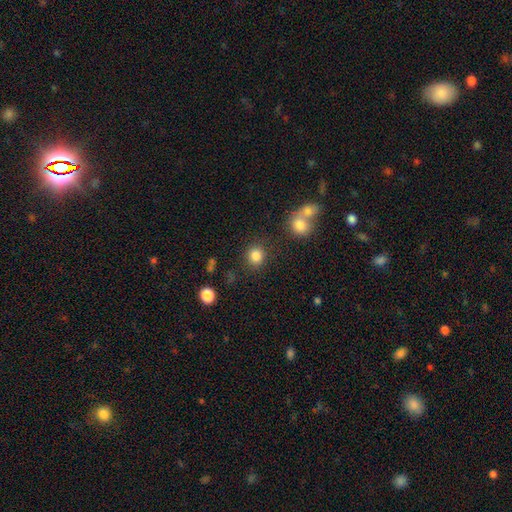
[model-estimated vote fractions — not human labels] Q: Smooth or featured?
A: smooth (84%); runner-up: star or artifact (11%)
Q: How rounded?
A: round (85%); runner-up: in between (14%)
Q: Merging?
A: none (83%); runner-up: minor disturbance (8%)